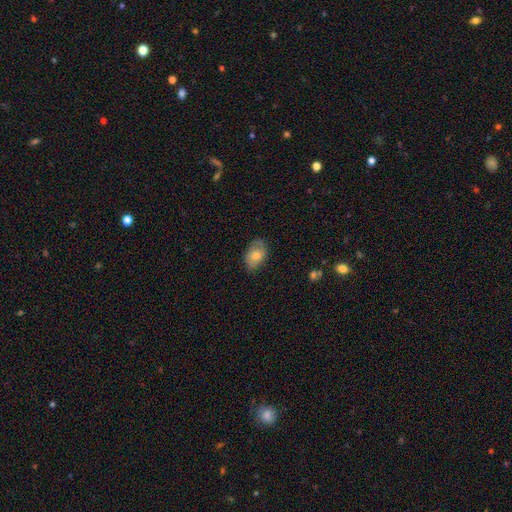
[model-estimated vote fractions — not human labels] Overall: smooth (70%). How rounded: in between (86%). Merging: none (73%).